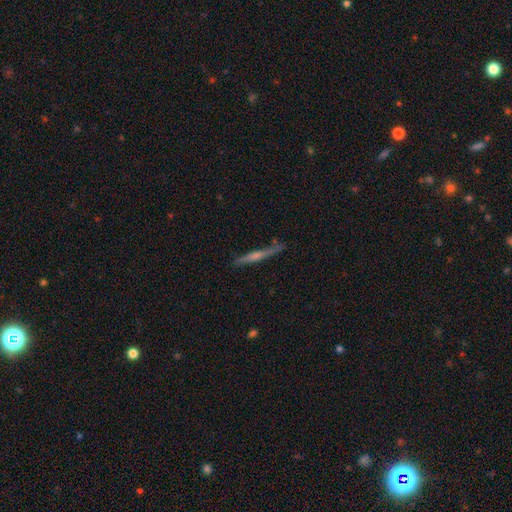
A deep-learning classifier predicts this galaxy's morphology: This appears to be a featured or disk galaxy (60%) viewed edge-on (88%) with a rounded central bulge (67%). Merging: none (80%).